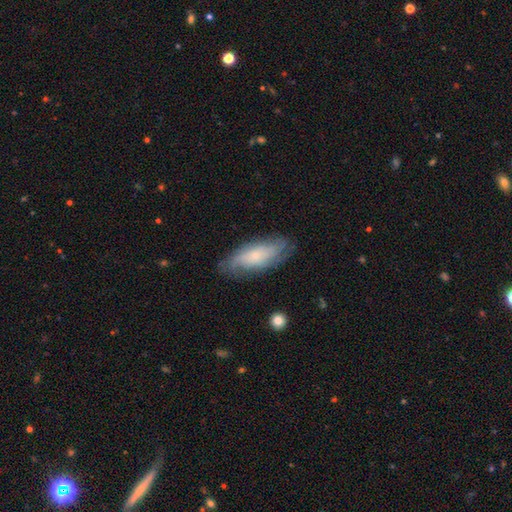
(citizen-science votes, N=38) smooth_or_featured: featured or disk (p=0.58) [alt: smooth p=0.42]
disk_edge_on: no (p=0.73) [alt: yes p=0.27]
bar: no (p=0.75) [alt: weak p=0.25]
has_spiral_arms: yes (p=0.81) [alt: no p=0.19]
spiral_winding: tight (p=0.62) [alt: medium p=0.31]
spiral_arm_count: can't tell (p=0.54) [alt: 3 p=0.23]
bulge_size: small (p=0.75) [alt: moderate p=0.19]
merging: none (p=0.74) [alt: minor disturbance p=0.13]